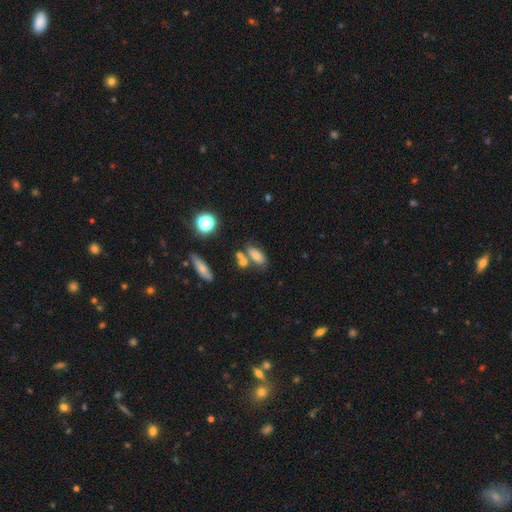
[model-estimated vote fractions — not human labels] Smooth or featured: smooth — 67% (featured or disk — 19%)
How rounded: in between — 81% (cigar-shaped — 12%)
Merging: none — 53% (merger — 26%)